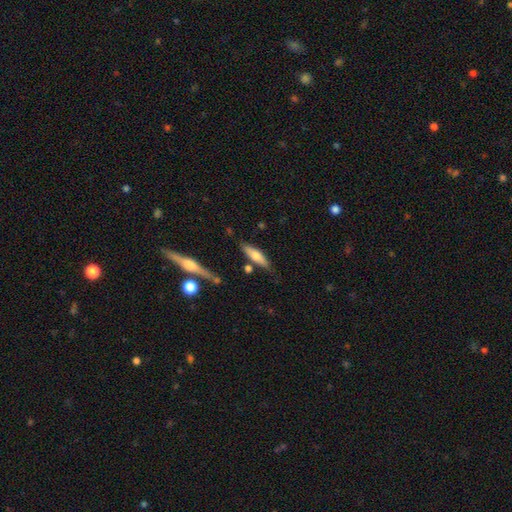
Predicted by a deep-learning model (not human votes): A smooth galaxy with no disk features (62%) that is cigar-shaped (57%).

Vote fractions:
- Smooth or featured? smooth: 62% / featured or disk: 32% / star or artifact: 6%
- How rounded? cigar-shaped: 57% / in between: 41% / round: 2%
- Merging? none: 72% / minor disturbance: 16% / merger: 8% / major disturbance: 4%